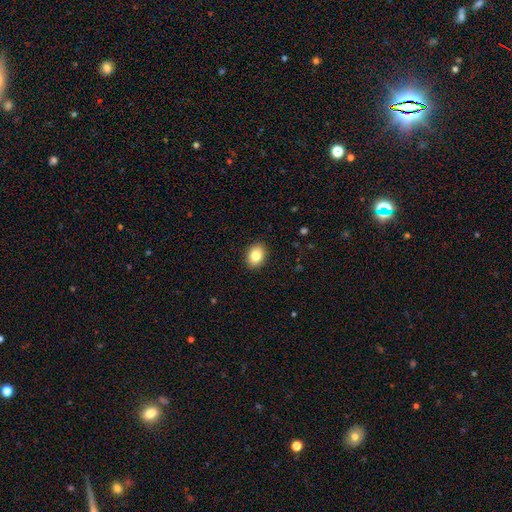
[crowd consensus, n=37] Smooth or featured?
  - smooth: 89% *
  - featured or disk: 8%
  - star or artifact: 3%
How rounded?
  - in between: 73% *
  - round: 27%
  - cigar-shaped: 0%
Merging?
  - none: 89% *
  - minor disturbance: 6%
  - major disturbance: 3%
  - merger: 3%